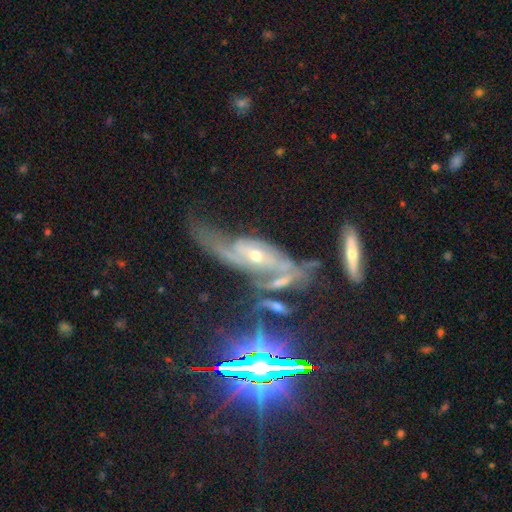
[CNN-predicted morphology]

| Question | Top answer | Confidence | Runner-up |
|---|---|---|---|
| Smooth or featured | featured or disk | 72% | star or artifact (17%) |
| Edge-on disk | no | 83% | yes (17%) |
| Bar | no | 61% | weak (26%) |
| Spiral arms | yes | 87% | no (13%) |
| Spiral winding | medium | 36% | tied: loose (36%) |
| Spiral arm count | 2 | 53% | can't tell (26%) |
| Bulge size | small | 57% | moderate (39%) |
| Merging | none | 36% | major disturbance (29%) |